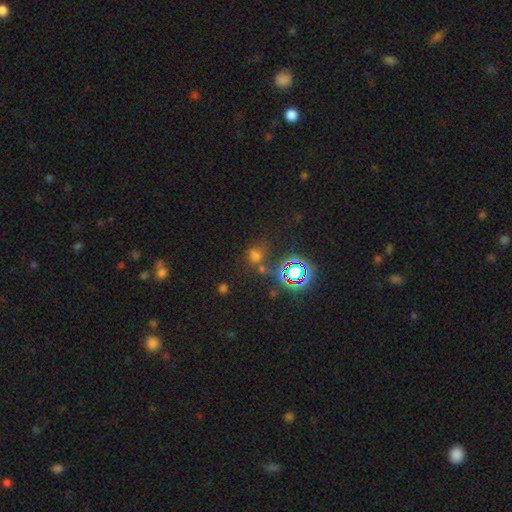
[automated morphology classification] The model was most divided on "smooth or featured": smooth: 49%, star or artifact: 42%, featured or disk: 9%. More confident: merging — none (58%).